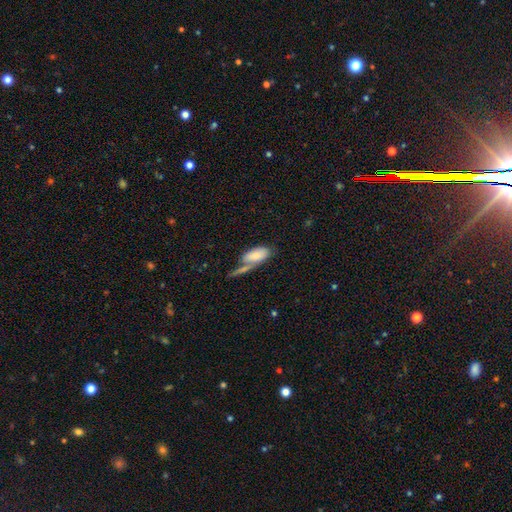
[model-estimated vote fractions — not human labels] Q: Smooth or featured?
A: smooth (77%); runner-up: featured or disk (16%)
Q: How rounded?
A: in between (90%); runner-up: cigar-shaped (8%)
Q: Merging?
A: merger (38%); runner-up: none (36%)